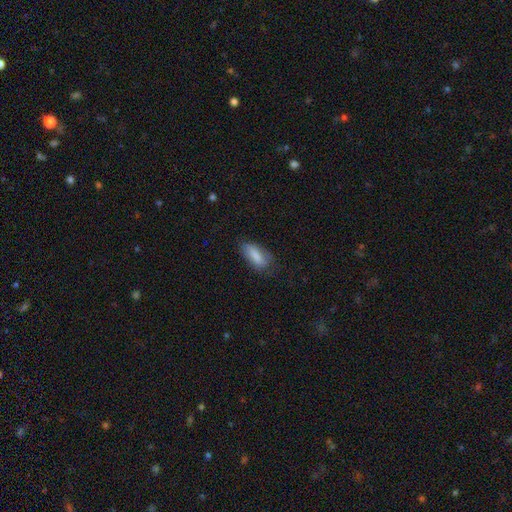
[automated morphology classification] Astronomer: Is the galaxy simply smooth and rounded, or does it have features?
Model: smooth — 79%.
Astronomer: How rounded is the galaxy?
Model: in between — 74%.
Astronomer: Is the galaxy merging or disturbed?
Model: none — 66%.